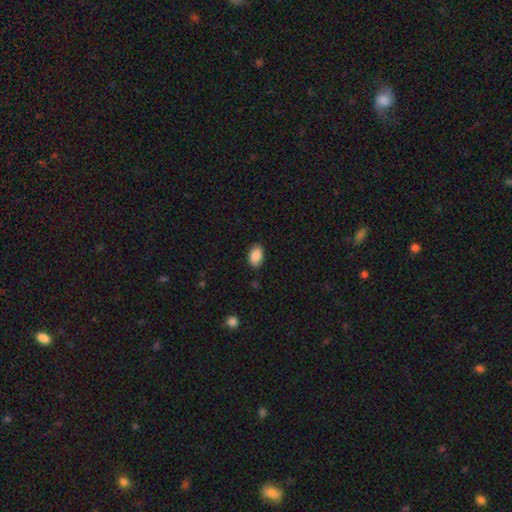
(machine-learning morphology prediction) Smooth or featured: smooth — 89% (star or artifact — 7%)
How rounded: in between — 90% (round — 8%)
Merging: none — 87% (minor disturbance — 10%)